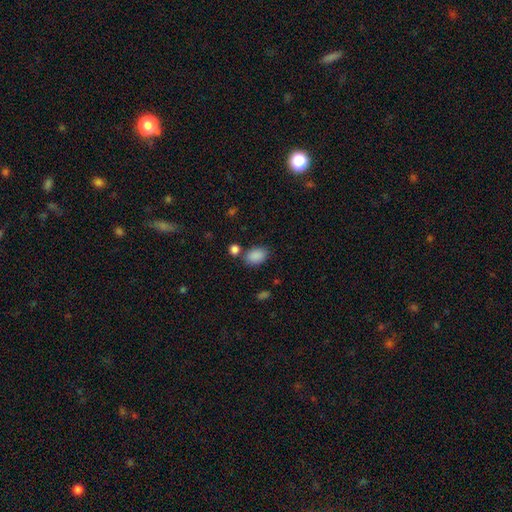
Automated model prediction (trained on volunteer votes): The model was most divided on "merging": none: 71%, minor disturbance: 14%, merger: 11%, major disturbance: 4%. More confident: smooth or featured — smooth (88%); how rounded — in between (81%).